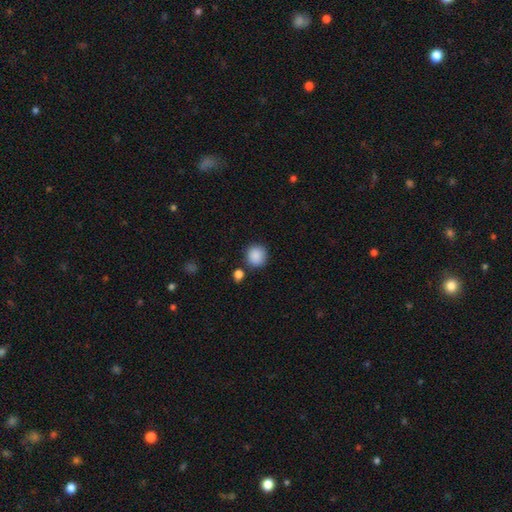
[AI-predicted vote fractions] The model was most divided on "merging": none: 84%, minor disturbance: 8%, merger: 5%, major disturbance: 3%. More confident: how rounded — round (92%); smooth or featured — smooth (88%).